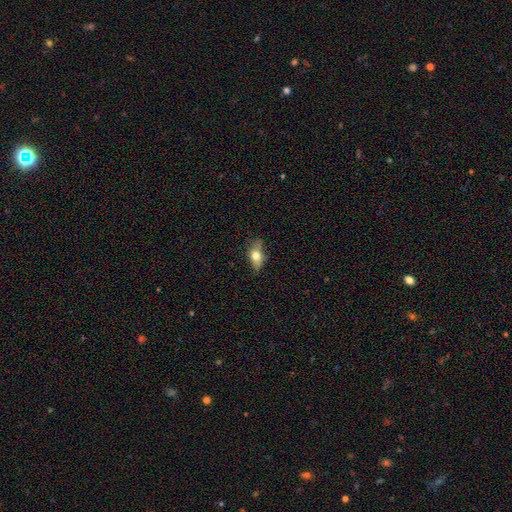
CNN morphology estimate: smooth-or-featured: smooth: 64% | featured or disk: 27% | star or artifact: 8%
  how-rounded: in between: 79% | cigar-shaped: 11% | round: 9%
  merging: none: 59% | minor disturbance: 29% | major disturbance: 10% | merger: 2%